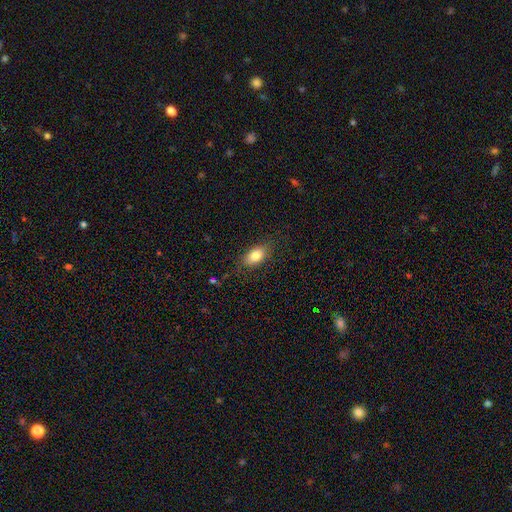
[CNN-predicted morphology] Smooth or featured?
  - smooth: 82% *
  - featured or disk: 10%
  - star or artifact: 8%
How rounded?
  - in between: 87% *
  - round: 8%
  - cigar-shaped: 4%
Merging?
  - none: 81% *
  - minor disturbance: 14%
  - major disturbance: 4%
  - merger: 1%